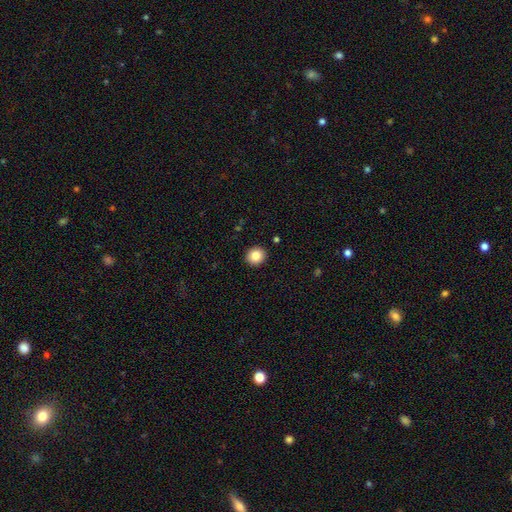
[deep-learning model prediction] smooth_or_featured: smooth (p=0.84) [alt: star or artifact p=0.09]
how_rounded: round (p=0.89) [alt: in between p=0.10]
merging: none (p=0.92) [alt: minor disturbance p=0.05]